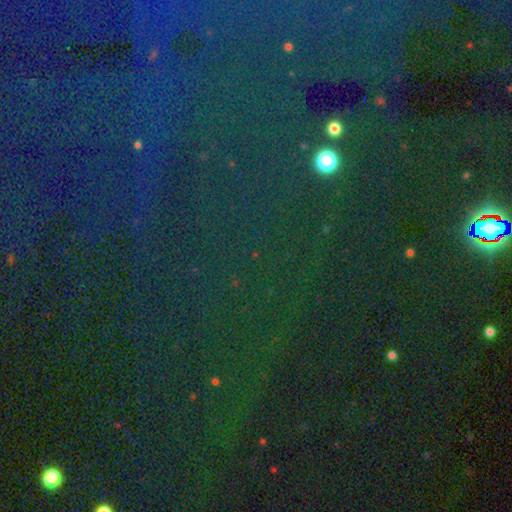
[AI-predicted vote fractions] Smooth or featured: star or artifact — 83% (smooth — 9%)